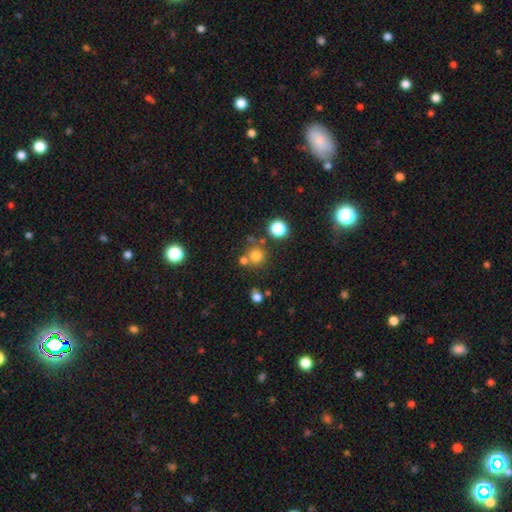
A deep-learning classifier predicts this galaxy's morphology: Smooth or featured?
  - smooth: 75% *
  - star or artifact: 17%
  - featured or disk: 8%
How rounded?
  - round: 91% *
  - in between: 8%
  - cigar-shaped: 1%
Merging?
  - none: 69% *
  - merger: 18%
  - minor disturbance: 9%
  - major disturbance: 4%